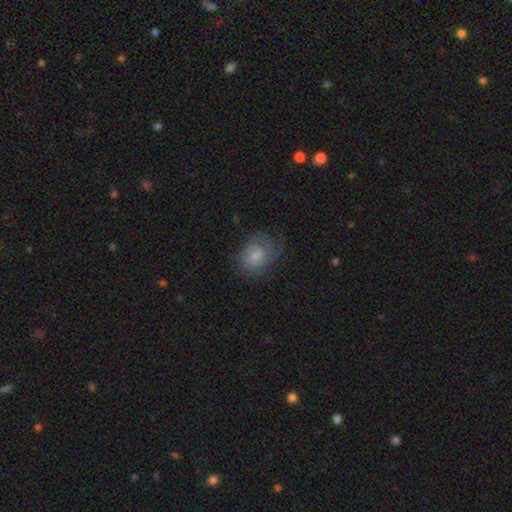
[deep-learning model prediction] smooth 51%, featured or disk 40%, star or artifact 9%. Down the decision tree: how rounded — in between (52%); merging — none (52%).